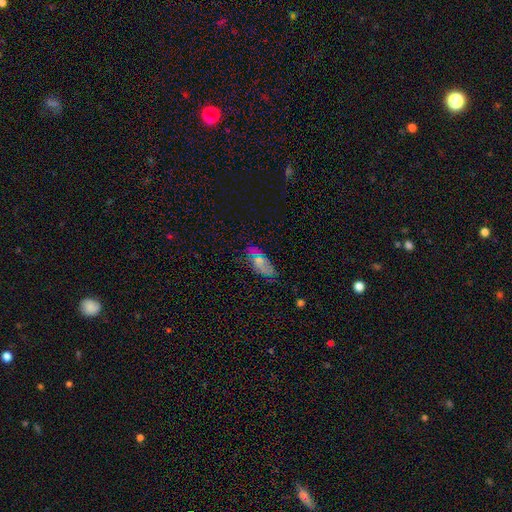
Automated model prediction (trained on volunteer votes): Q: Smooth or featured?
A: featured or disk (52%); runner-up: smooth (32%)
Q: Edge-on disk?
A: no (81%); runner-up: yes (19%)
Q: Merging?
A: none (76%); runner-up: minor disturbance (17%)